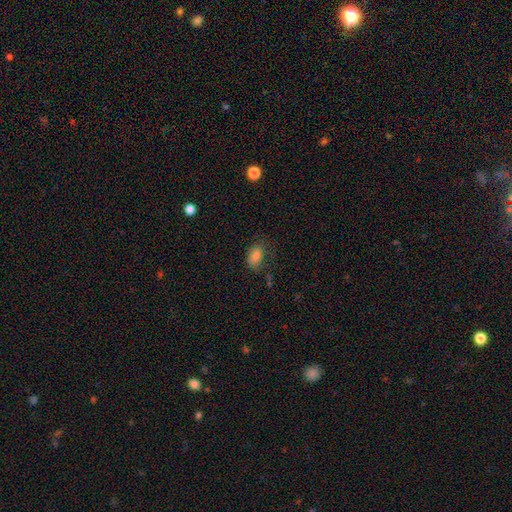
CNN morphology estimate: A smooth galaxy with no disk features (82%) that is in between round and cigar-shaped (85%).

Vote fractions:
- Smooth or featured? smooth: 82% / star or artifact: 11% / featured or disk: 7%
- How rounded? in between: 85% / round: 13% / cigar-shaped: 2%
- Merging? none: 67% / minor disturbance: 23% / major disturbance: 8% / merger: 2%